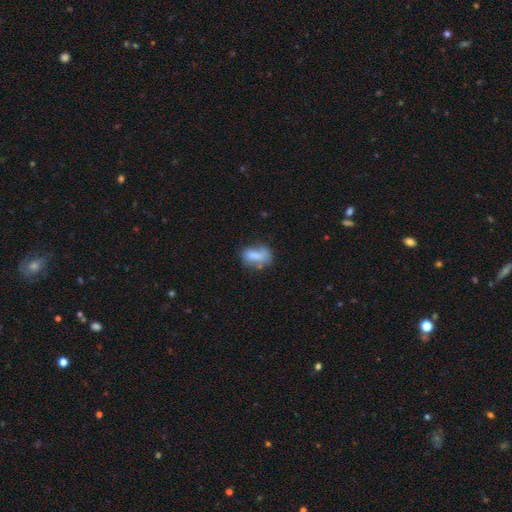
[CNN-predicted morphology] This is likely a smooth galaxy (73%). How rounded: clearly in between (83%). Merging: possibly none (45%).